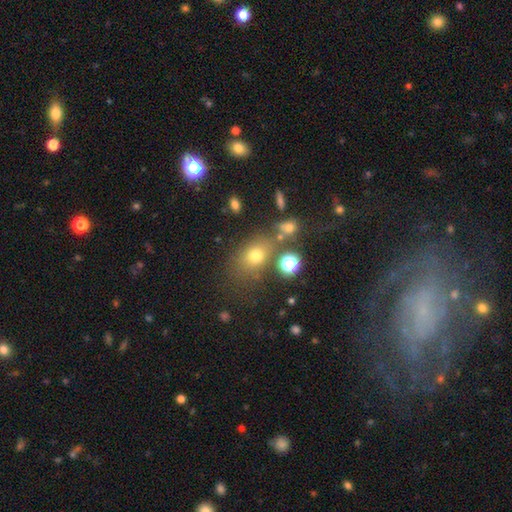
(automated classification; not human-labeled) smooth-or-featured: smooth: 68% | star or artifact: 19% | featured or disk: 13%
  how-rounded: in between: 61% | round: 37% | cigar-shaped: 2%
  merging: none: 63% | minor disturbance: 16% | merger: 12% | major disturbance: 9%